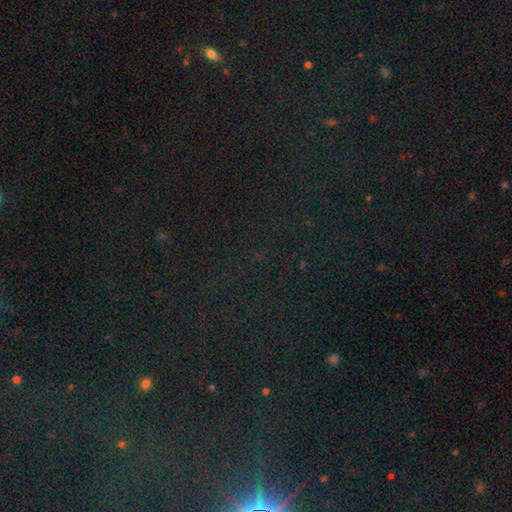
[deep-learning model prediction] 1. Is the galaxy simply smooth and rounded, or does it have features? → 80% star or artifact, 12% smooth, 8% featured or disk.